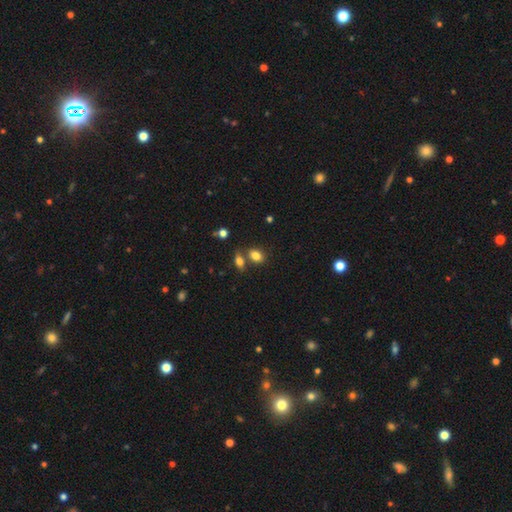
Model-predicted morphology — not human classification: A smooth galaxy with no disk features (82%) that is in between round and cigar-shaped (77%). Merging: none (58%).